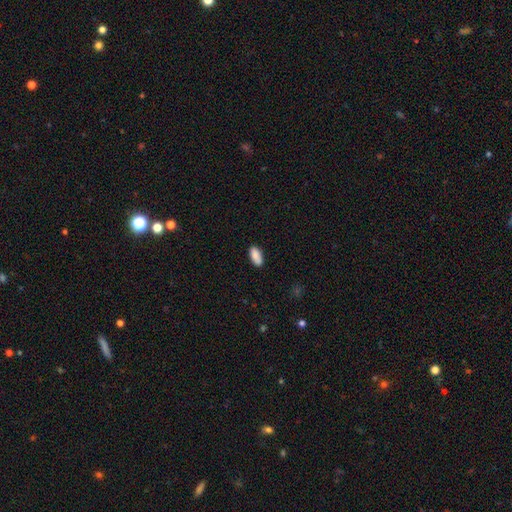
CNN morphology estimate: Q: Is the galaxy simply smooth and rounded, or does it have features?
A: smooth — 87%.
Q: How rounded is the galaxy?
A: in between — 90%.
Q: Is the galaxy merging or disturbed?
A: none — 81%.